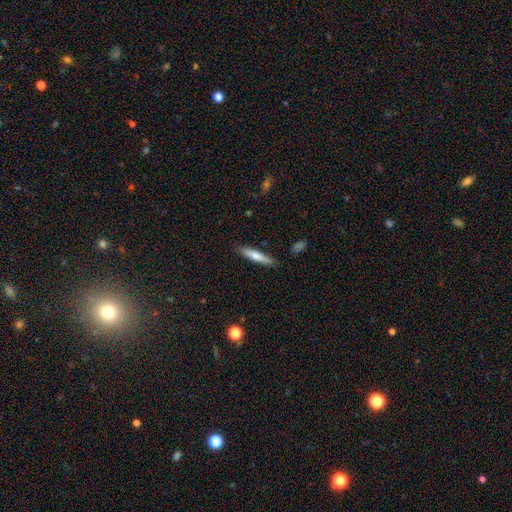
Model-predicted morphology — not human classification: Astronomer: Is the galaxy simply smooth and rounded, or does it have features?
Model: smooth — 68%.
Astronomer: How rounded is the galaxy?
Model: cigar-shaped — 88%.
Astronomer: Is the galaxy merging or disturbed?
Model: none — 88%.